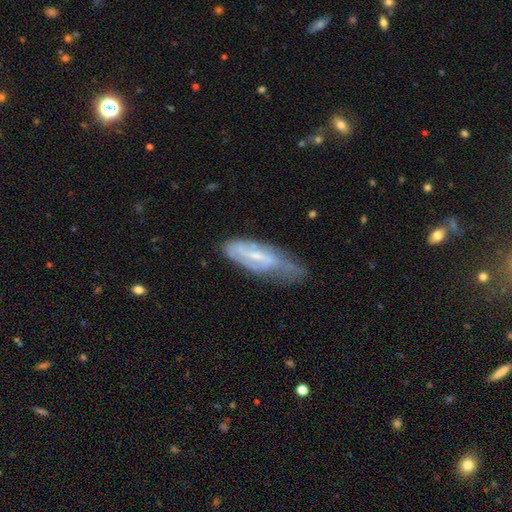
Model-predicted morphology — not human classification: smooth-or-featured: featured or disk: 65% | smooth: 28% | star or artifact: 7%
  disk-edge-on: no: 81% | yes: 19%
    bar: weak: 46% | no: 29% | strong: 24%
    has-spiral-arms: yes: 75% | no: 25%
    bulge-size: small: 61% | moderate: 28% | none: 8% | large: 2% | dominant: 1%
  merging: none: 45% | minor disturbance: 36% | major disturbance: 17% | merger: 3%